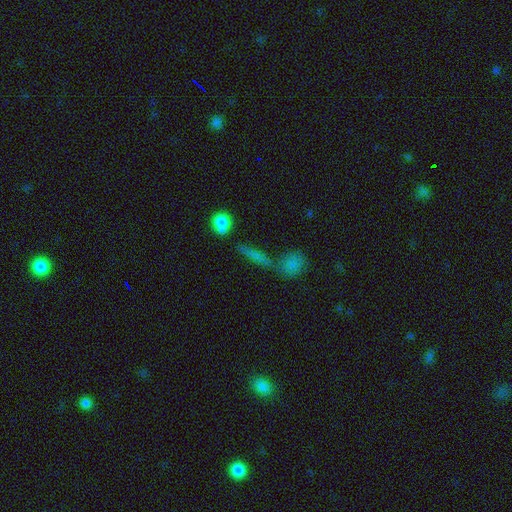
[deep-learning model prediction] This is likely a smooth galaxy (62%). How rounded: likely cigar-shaped (71%). Merging: likely none (65%).